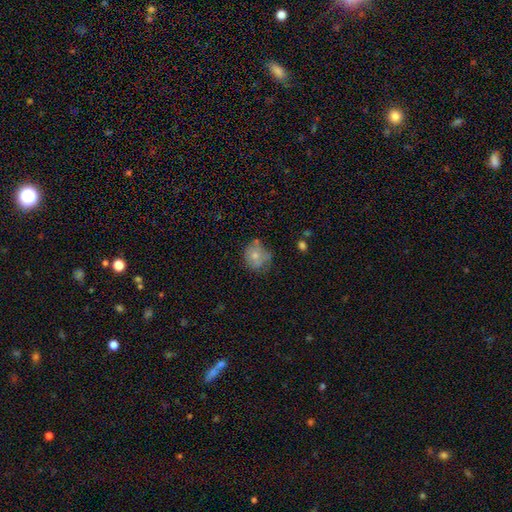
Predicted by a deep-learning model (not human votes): smooth 68%, featured or disk 23%, star or artifact 9%. Down the decision tree: how rounded — round (70%); merging — none (50%).